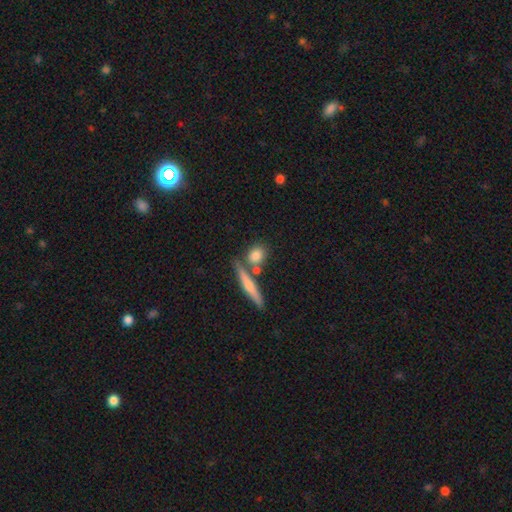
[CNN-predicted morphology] Smooth or featured? smooth (79%)
How rounded? round (54%)
Merging? none (64%)